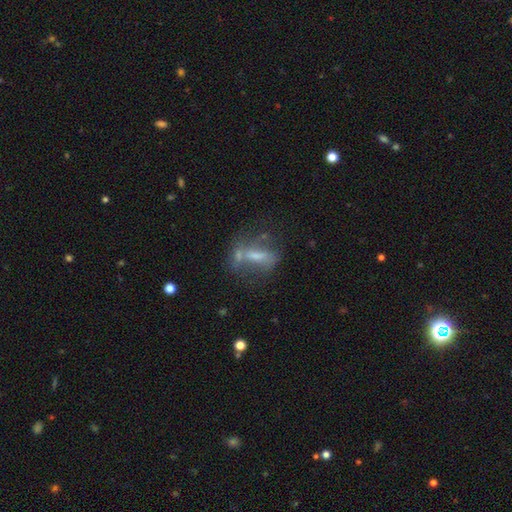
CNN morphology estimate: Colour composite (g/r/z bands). It shows a featured or disk galaxy (49%). Merging: none (43%).